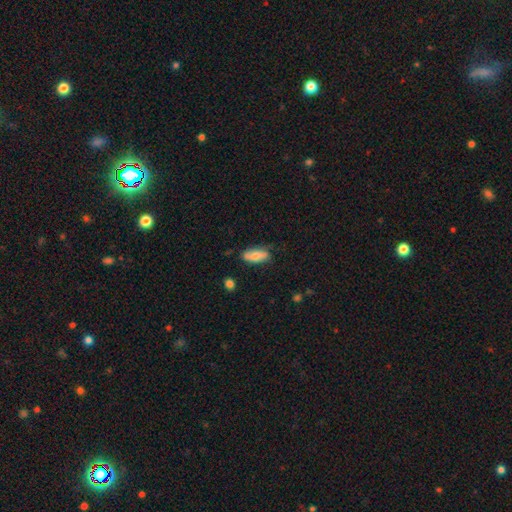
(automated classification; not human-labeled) Smooth or featured?
  - smooth: 65% *
  - featured or disk: 28%
  - star or artifact: 7%
How rounded?
  - in between: 80% *
  - cigar-shaped: 17%
  - round: 3%
Merging?
  - none: 66% *
  - minor disturbance: 25%
  - major disturbance: 6%
  - merger: 2%